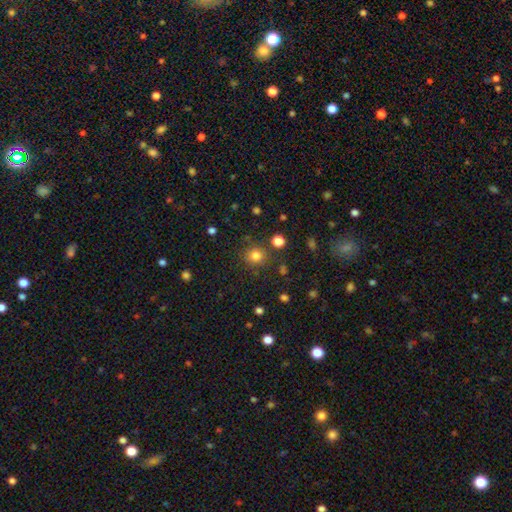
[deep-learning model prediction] A smooth galaxy with no disk features (80%) that is round (91%).

Vote fractions:
- Smooth or featured? smooth: 80% / star or artifact: 14% / featured or disk: 6%
- How rounded? round: 91% / in between: 8% / cigar-shaped: 1%
- Merging? none: 83% / minor disturbance: 8% / merger: 5% / major disturbance: 4%